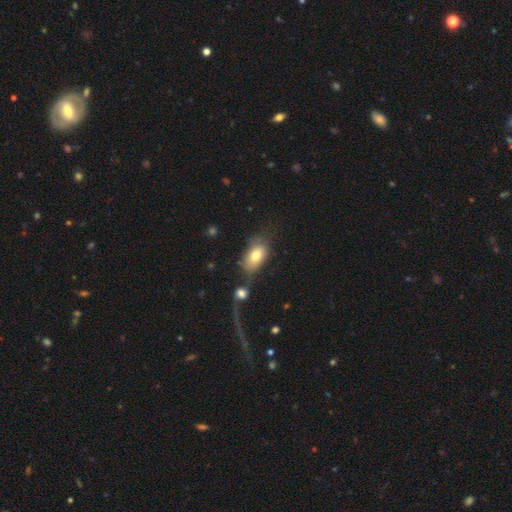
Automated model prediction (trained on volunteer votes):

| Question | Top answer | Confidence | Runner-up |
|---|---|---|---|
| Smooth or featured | smooth | 77% | featured or disk (16%) |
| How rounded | in between | 90% | round (8%) |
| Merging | none | 49% | merger (20%) |